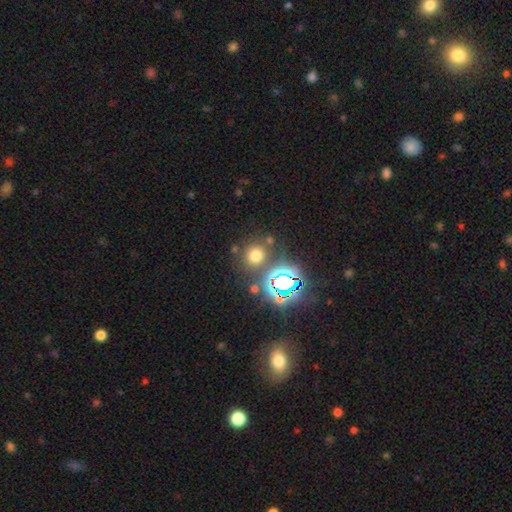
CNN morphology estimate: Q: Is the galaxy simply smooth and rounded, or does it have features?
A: smooth — 61%.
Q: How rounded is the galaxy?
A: round — 85%.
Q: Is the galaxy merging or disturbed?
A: none — 78%.